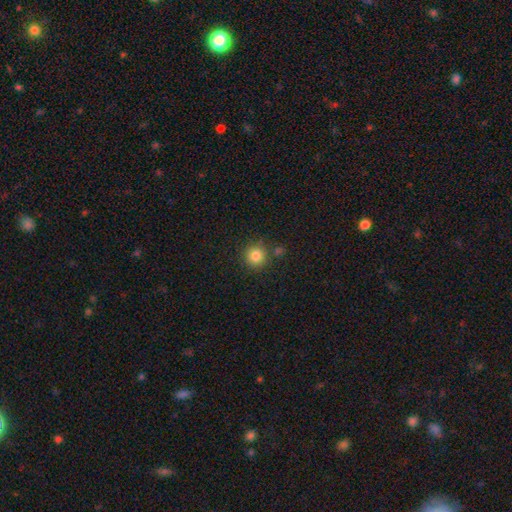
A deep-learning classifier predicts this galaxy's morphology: The model was most divided on "merging": none: 81%, minor disturbance: 9%, merger: 7%, major disturbance: 3%. More confident: how rounded — round (94%); smooth or featured — smooth (84%).